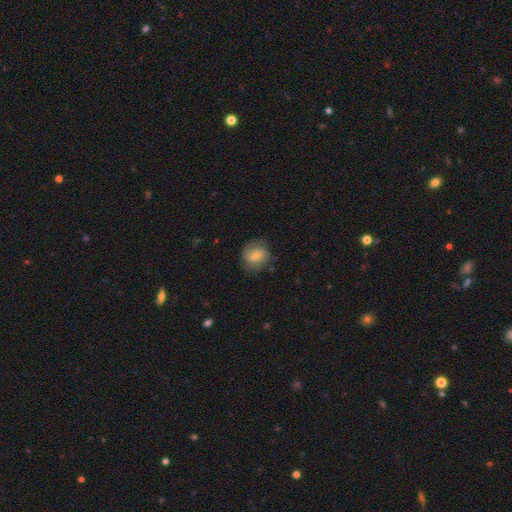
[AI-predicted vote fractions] Smooth or featured?
  - smooth: 54% *
  - featured or disk: 38%
  - star or artifact: 8%
How rounded?
  - round: 70% *
  - in between: 29%
  - cigar-shaped: 1%
Merging?
  - none: 68% *
  - minor disturbance: 21%
  - major disturbance: 10%
  - merger: 1%